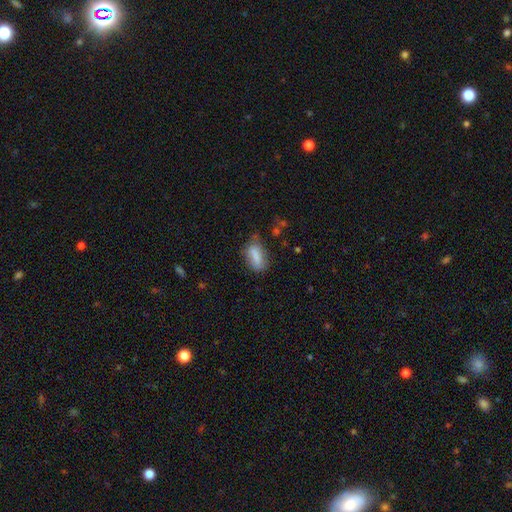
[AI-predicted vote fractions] This appears to be a smooth galaxy with no disk features (78%) that is in between round and cigar-shaped (81%). Merging: none (53%).